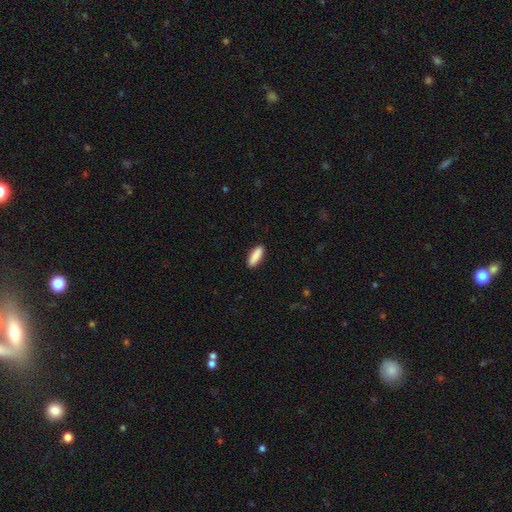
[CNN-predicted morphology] Q: Smooth or featured?
A: smooth (89%); runner-up: star or artifact (6%)
Q: How rounded?
A: in between (55%); runner-up: cigar-shaped (43%)
Q: Merging?
A: none (90%); runner-up: minor disturbance (7%)